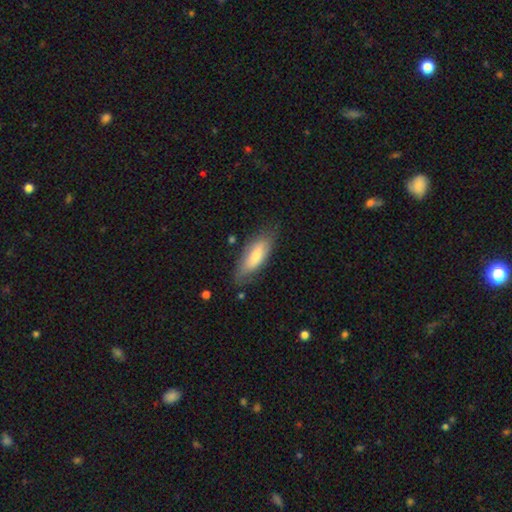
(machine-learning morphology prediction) smooth-or-featured: smooth: 71% | featured or disk: 23% | star or artifact: 6%
  how-rounded: in between: 69% | cigar-shaped: 29% | round: 2%
  merging: none: 68% | minor disturbance: 24% | major disturbance: 6% | merger: 2%